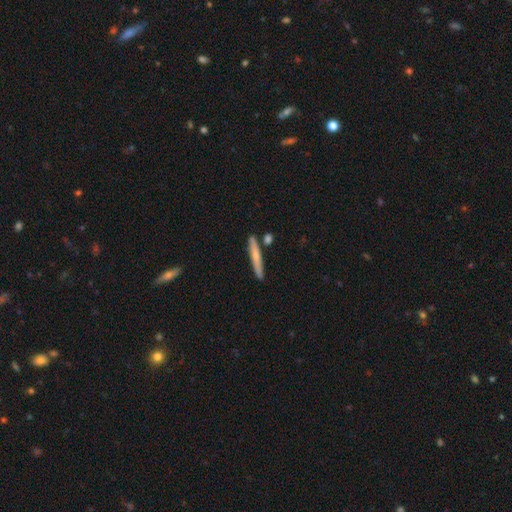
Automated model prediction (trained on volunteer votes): Smooth or featured? Predicted: smooth (p=0.60). How rounded? Predicted: cigar-shaped (p=0.95). Merging? Predicted: none (p=0.83).